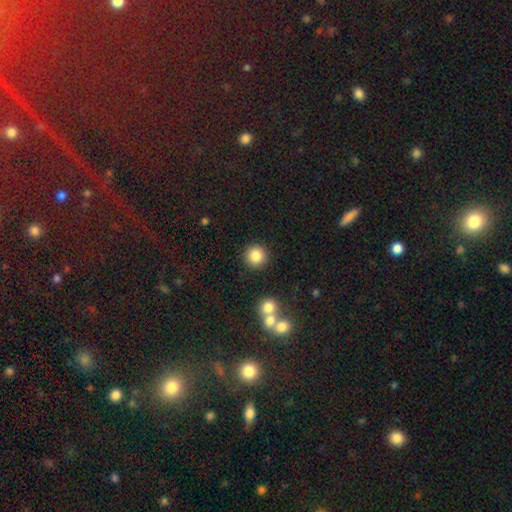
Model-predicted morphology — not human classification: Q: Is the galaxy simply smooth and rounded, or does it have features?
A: smooth — 85%.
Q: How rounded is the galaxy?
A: round — 94%.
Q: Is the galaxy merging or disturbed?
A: none — 87%.